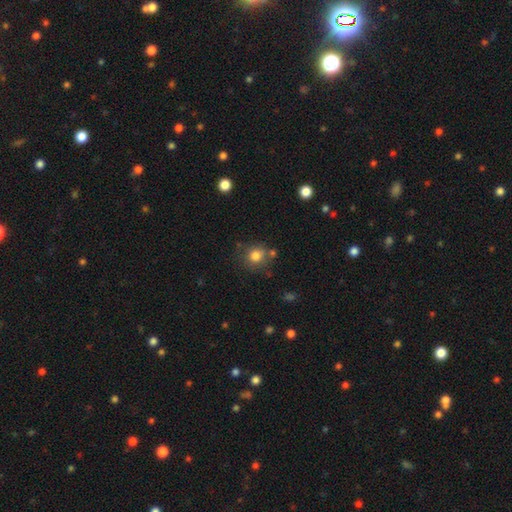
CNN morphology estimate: Smooth or featured?
  - smooth: 80% *
  - star or artifact: 11%
  - featured or disk: 8%
How rounded?
  - round: 81% *
  - in between: 18%
  - cigar-shaped: 1%
Merging?
  - none: 71% *
  - minor disturbance: 15%
  - merger: 9%
  - major disturbance: 5%